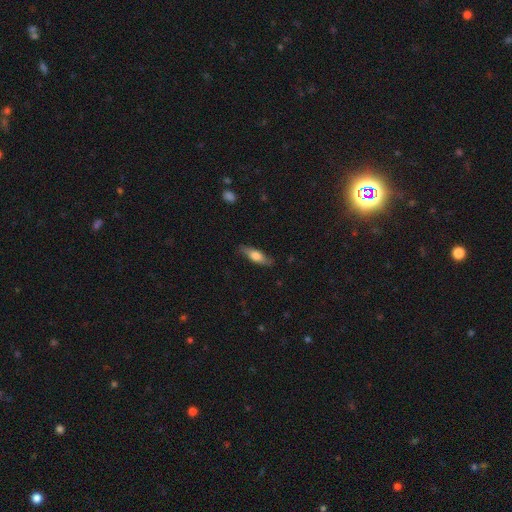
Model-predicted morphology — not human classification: smooth_or_featured: smooth (p=0.60) [alt: featured or disk p=0.34]
how_rounded: cigar-shaped (p=0.50) [alt: in between p=0.47]
merging: none (p=0.80) [alt: minor disturbance p=0.15]